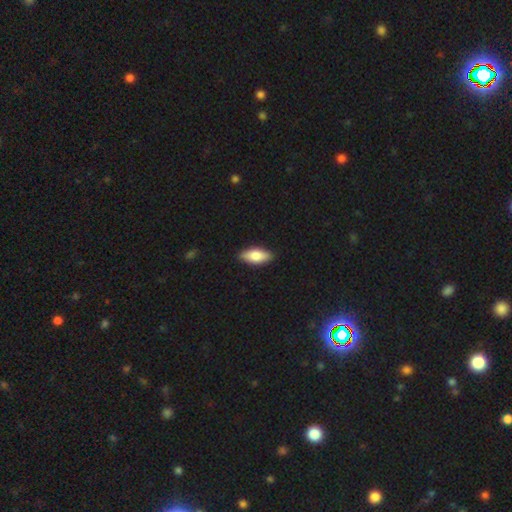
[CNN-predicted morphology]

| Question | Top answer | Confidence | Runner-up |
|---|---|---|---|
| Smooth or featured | smooth | 75% | featured or disk (19%) |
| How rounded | in between | 81% | cigar-shaped (16%) |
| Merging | none | 89% | minor disturbance (8%) |